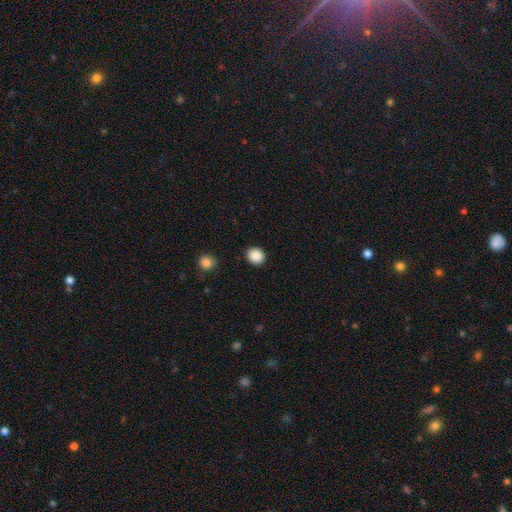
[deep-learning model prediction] smooth-or-featured: smooth: 88% | star or artifact: 9% | featured or disk: 3%
  how-rounded: round: 75% | in between: 24% | cigar-shaped: 1%
  merging: none: 91% | minor disturbance: 6% | major disturbance: 2% | merger: 1%